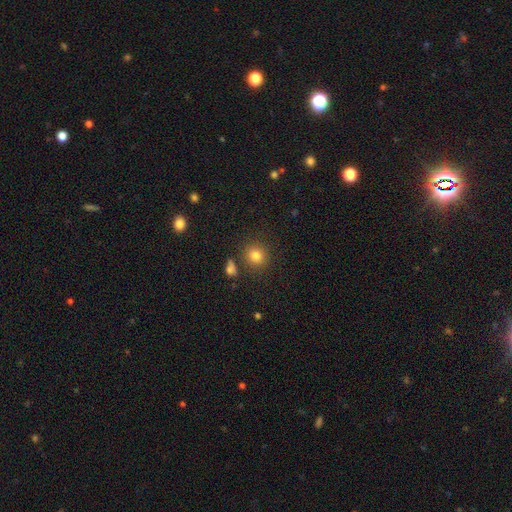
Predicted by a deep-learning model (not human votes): Q: Smooth or featured?
A: smooth (81%); runner-up: star or artifact (12%)
Q: How rounded?
A: round (87%); runner-up: in between (12%)
Q: Merging?
A: none (83%); runner-up: minor disturbance (9%)